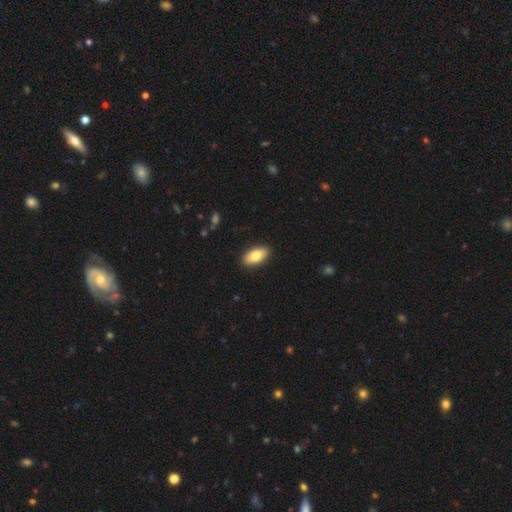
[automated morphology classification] Smooth or featured: smooth — 81% (featured or disk — 13%)
How rounded: in between — 92% (cigar-shaped — 4%)
Merging: none — 90% (minor disturbance — 7%)